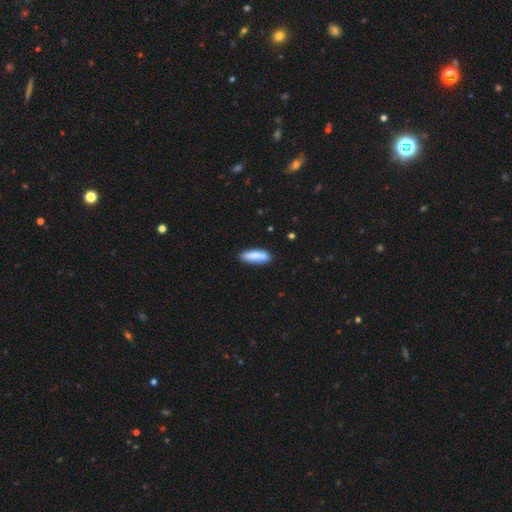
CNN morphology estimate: This is clearly a smooth galaxy (83%). How rounded: possibly cigar-shaped (58%). Merging: likely none (79%).